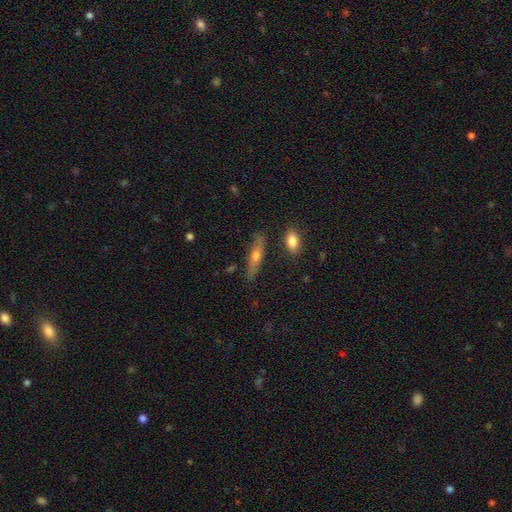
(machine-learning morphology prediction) smooth_or_featured: smooth (p=0.49) [alt: featured or disk p=0.43]
merging: none (p=0.83) [alt: minor disturbance p=0.12]